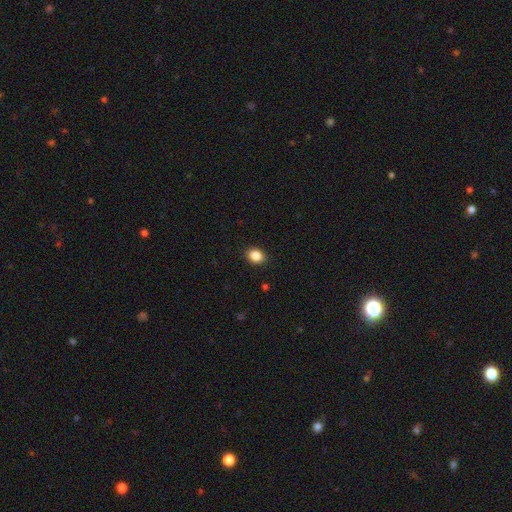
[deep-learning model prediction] Q: Smooth or featured?
A: smooth (87%); runner-up: star or artifact (9%)
Q: How rounded?
A: in between (54%); runner-up: round (45%)
Q: Merging?
A: none (90%); runner-up: minor disturbance (7%)